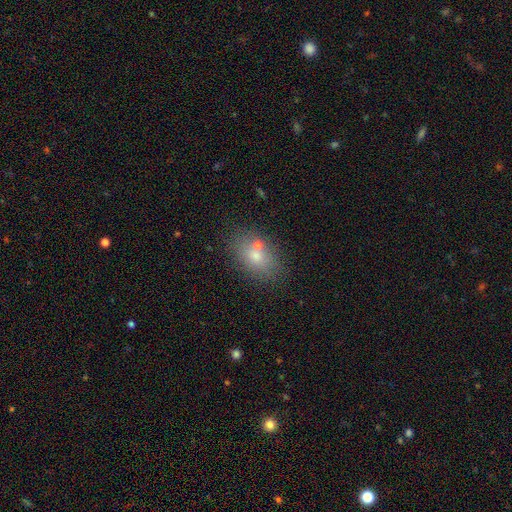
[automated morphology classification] Smooth or featured: smooth — 69% (featured or disk — 17%)
How rounded: in between — 76% (round — 22%)
Merging: none — 70% (merger — 15%)